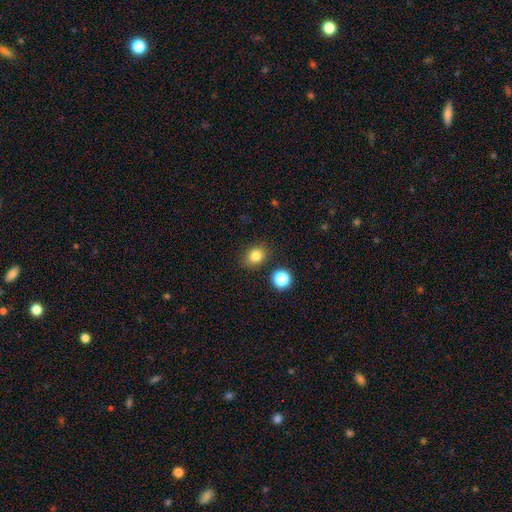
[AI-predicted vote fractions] Smooth or featured?
  - smooth: 81% *
  - star or artifact: 12%
  - featured or disk: 6%
How rounded?
  - round: 58% *
  - in between: 41%
  - cigar-shaped: 1%
Merging?
  - none: 82% *
  - minor disturbance: 11%
  - merger: 4%
  - major disturbance: 3%